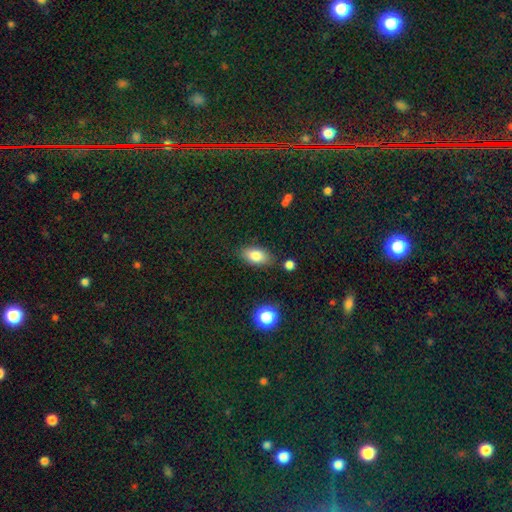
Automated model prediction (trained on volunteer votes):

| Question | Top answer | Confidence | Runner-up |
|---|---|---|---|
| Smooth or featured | smooth | 82% | featured or disk (9%) |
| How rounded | in between | 89% | round (6%) |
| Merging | none | 81% | minor disturbance (13%) |